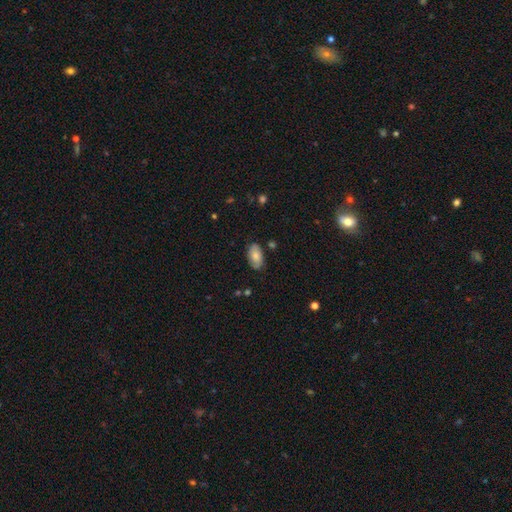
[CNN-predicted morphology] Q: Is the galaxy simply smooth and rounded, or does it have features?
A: smooth — 71%.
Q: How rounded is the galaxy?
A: in between — 95%.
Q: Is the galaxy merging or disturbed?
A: none — 80%.